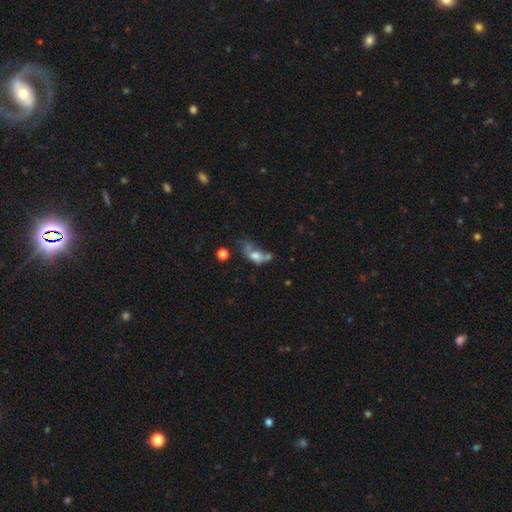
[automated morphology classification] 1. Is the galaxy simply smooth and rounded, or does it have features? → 56% smooth, 31% featured or disk, 13% star or artifact.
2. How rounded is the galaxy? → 75% in between, 18% round, 7% cigar-shaped.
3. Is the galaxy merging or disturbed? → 35% major disturbance, 28% merger, 19% none, 18% minor disturbance.